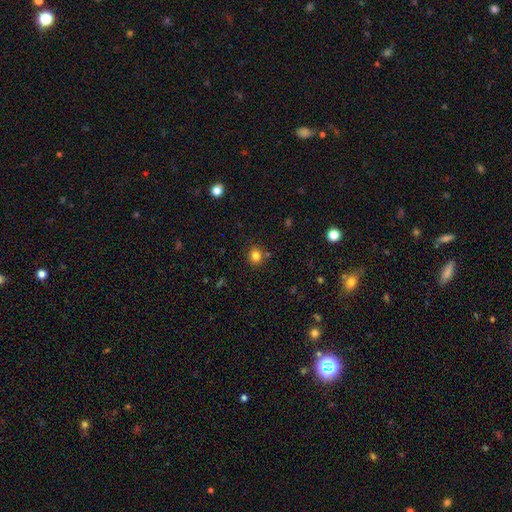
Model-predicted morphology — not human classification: smooth 82%, star or artifact 13%, featured or disk 5%. Down the decision tree: how rounded — round (88%); merging — none (83%).